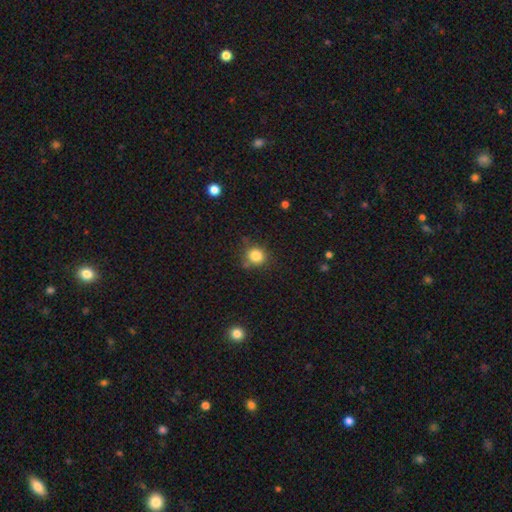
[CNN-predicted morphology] smooth 83%, star or artifact 11%, featured or disk 5%. Down the decision tree: how rounded — round (87%); merging — none (76%).